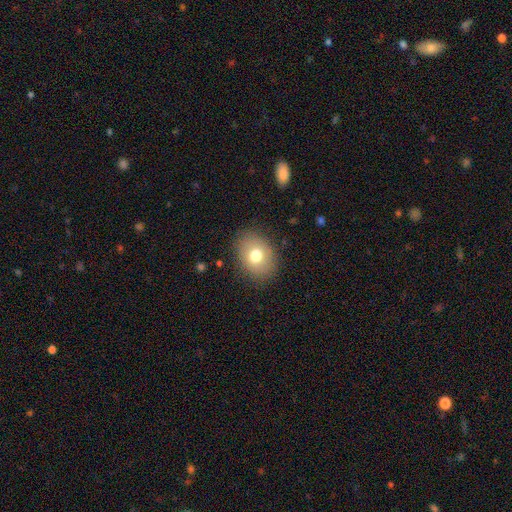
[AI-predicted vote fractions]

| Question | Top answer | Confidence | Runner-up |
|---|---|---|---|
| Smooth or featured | smooth | 75% | featured or disk (16%) |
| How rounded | in between | 66% | round (33%) |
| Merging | none | 84% | minor disturbance (11%) |